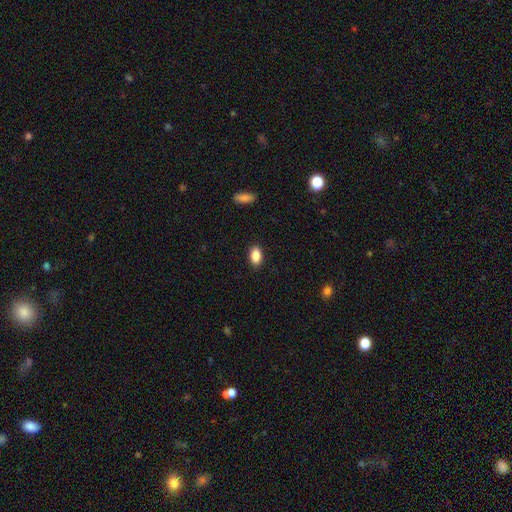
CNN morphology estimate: Smooth or featured? smooth (87%)
How rounded? in between (90%)
Merging? none (89%)